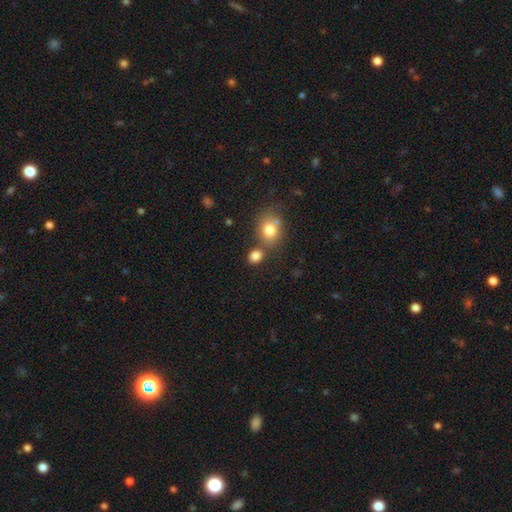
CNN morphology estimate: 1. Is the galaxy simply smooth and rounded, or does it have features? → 82% smooth, 11% star or artifact, 6% featured or disk.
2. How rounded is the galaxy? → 58% round, 40% in between, 1% cigar-shaped.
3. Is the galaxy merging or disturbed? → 63% none, 22% merger, 11% minor disturbance, 4% major disturbance.